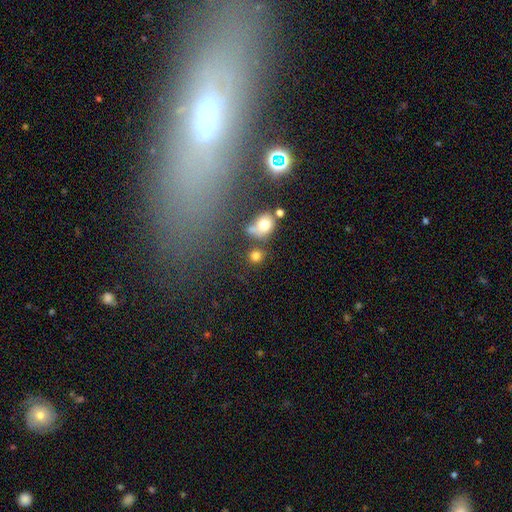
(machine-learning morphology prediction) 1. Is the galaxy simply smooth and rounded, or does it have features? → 78% smooth, 12% star or artifact, 10% featured or disk.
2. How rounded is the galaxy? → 77% round, 21% in between, 1% cigar-shaped.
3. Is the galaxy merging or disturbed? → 59% none, 22% merger, 12% minor disturbance, 7% major disturbance.